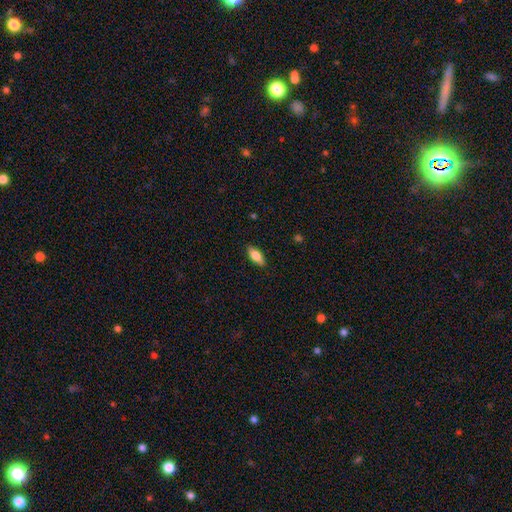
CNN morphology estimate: smooth-or-featured: smooth: 74% | featured or disk: 19% | star or artifact: 7%
  how-rounded: in between: 78% | cigar-shaped: 19% | round: 3%
  merging: none: 88% | minor disturbance: 9% | major disturbance: 2% | merger: 1%